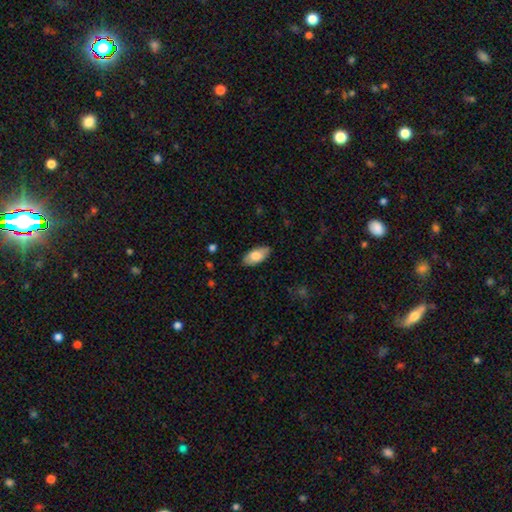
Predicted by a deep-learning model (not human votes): Smooth or featured?
  - smooth: 76% *
  - featured or disk: 18%
  - star or artifact: 6%
How rounded?
  - in between: 91% *
  - cigar-shaped: 6%
  - round: 2%
Merging?
  - none: 84% *
  - minor disturbance: 12%
  - major disturbance: 2%
  - merger: 1%